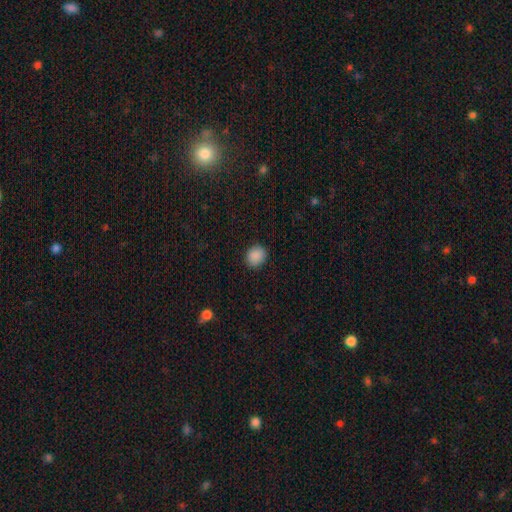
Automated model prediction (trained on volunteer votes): Morphology: type=smooth (89%); roundness=round (69%); merging=none (89%).